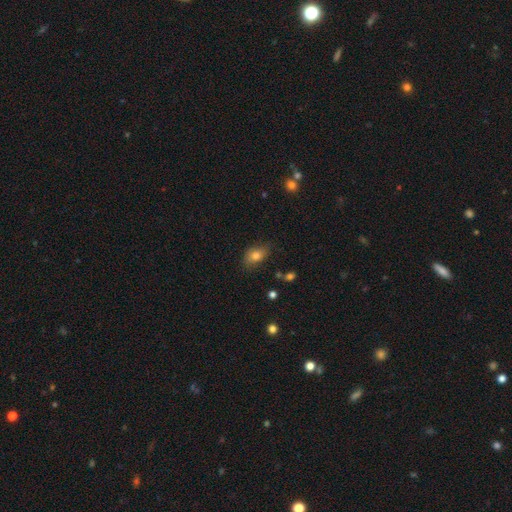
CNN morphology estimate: smooth_or_featured: smooth (p=0.79) [alt: featured or disk p=0.11]
how_rounded: in between (p=0.82) [alt: round p=0.16]
merging: none (p=0.73) [alt: minor disturbance p=0.21]